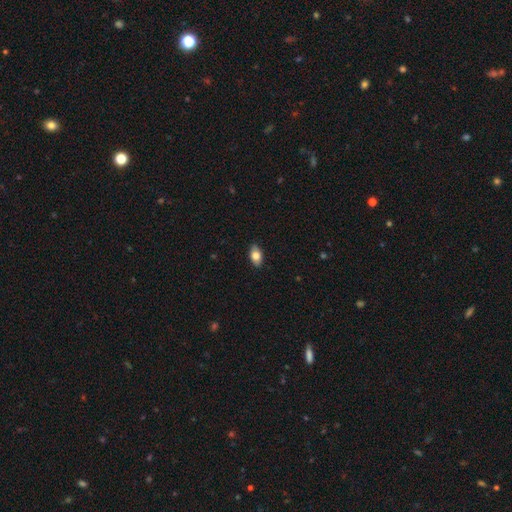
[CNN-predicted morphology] Smooth or featured: smooth — 79% (featured or disk — 14%)
How rounded: in between — 91% (round — 6%)
Merging: none — 88% (minor disturbance — 10%)